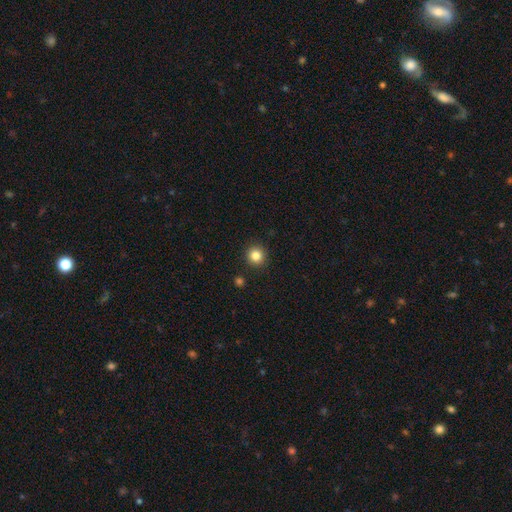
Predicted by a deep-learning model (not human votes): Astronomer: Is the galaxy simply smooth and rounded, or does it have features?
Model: smooth — 84%.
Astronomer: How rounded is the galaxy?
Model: round — 94%.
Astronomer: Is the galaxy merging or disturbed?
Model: none — 91%.